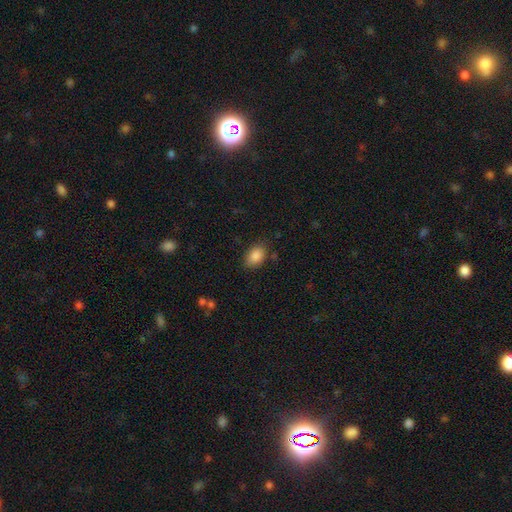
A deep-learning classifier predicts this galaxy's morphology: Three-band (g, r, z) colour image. It shows a smooth galaxy with no disk features (87%) that is in between round and cigar-shaped (84%). Merging: none (81%).